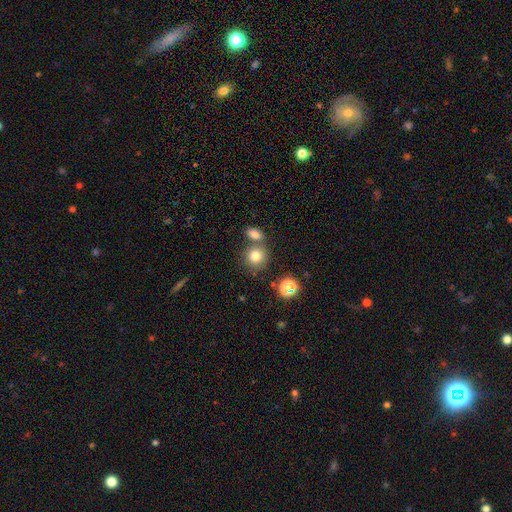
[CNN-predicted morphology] type=smooth (79%); roundness=round (84%); merging=none (64%).